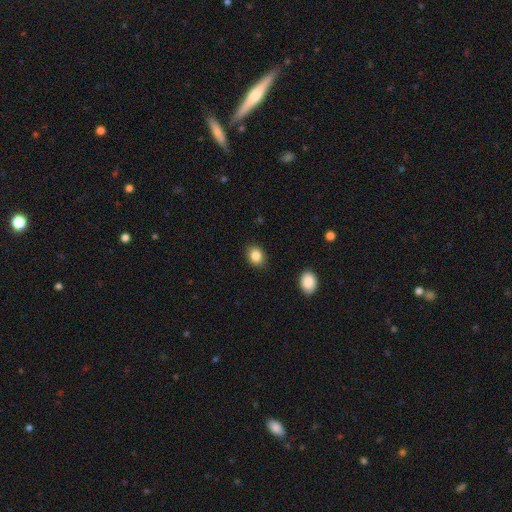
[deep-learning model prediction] Smooth or featured: smooth — 86% (star or artifact — 9%)
How rounded: round — 50% (in between — 49%)
Merging: none — 88% (minor disturbance — 8%)